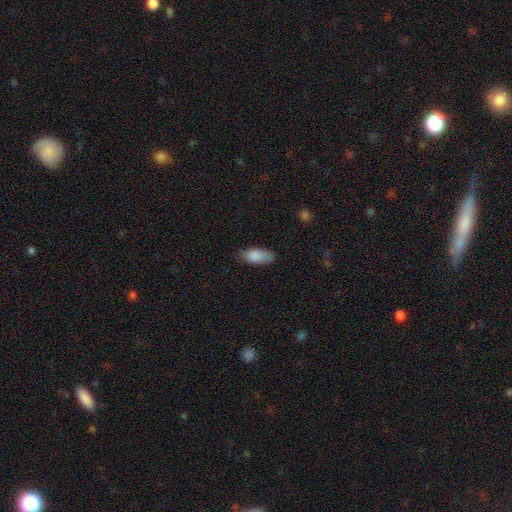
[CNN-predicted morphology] This is clearly a smooth galaxy (87%). How rounded: clearly in between (86%). Merging: likely none (73%).